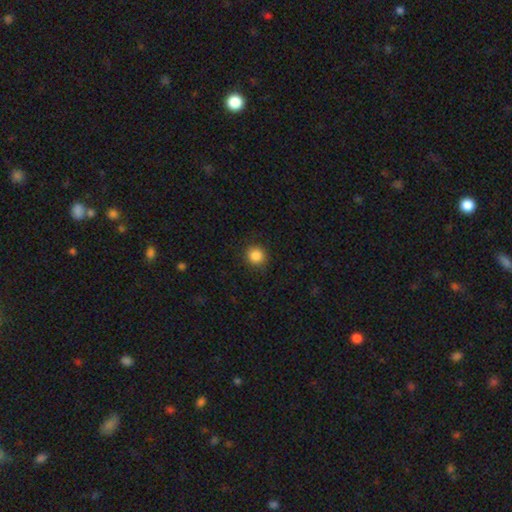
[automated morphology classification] smooth_or_featured: smooth (p=0.86) [alt: star or artifact p=0.10]
how_rounded: round (p=0.90) [alt: in between p=0.09]
merging: none (p=0.90) [alt: minor disturbance p=0.07]